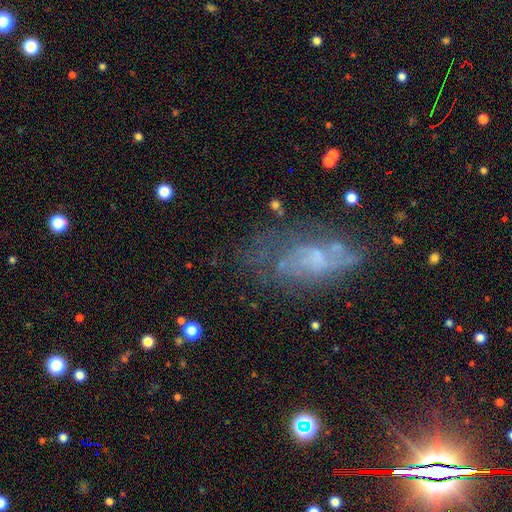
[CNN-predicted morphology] Smooth or featured: featured or disk — 49% (smooth — 30%)
Merging: none — 55% (minor disturbance — 23%)